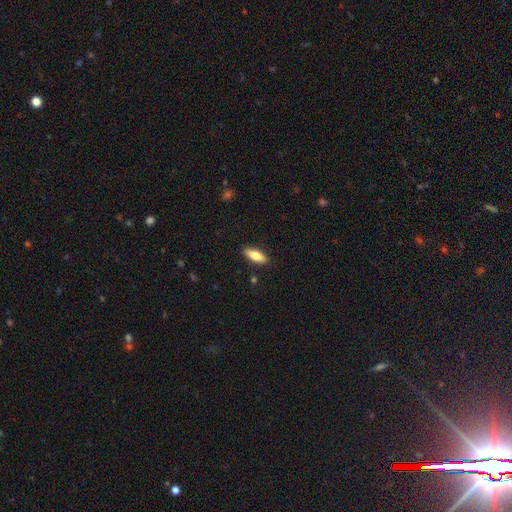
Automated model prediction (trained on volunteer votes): A smooth galaxy with no disk features (74%) that is in between round and cigar-shaped (70%). Merging: none (89%).